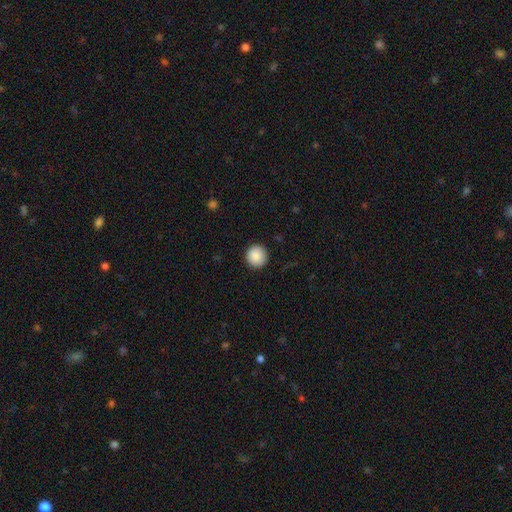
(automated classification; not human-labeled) This is clearly a smooth galaxy (89%). How rounded: clearly round (95%). Merging: clearly none (91%).